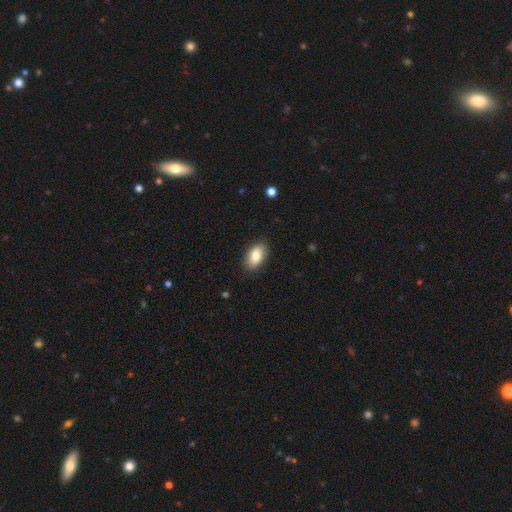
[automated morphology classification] Smooth or featured: smooth — 84% (featured or disk — 9%)
How rounded: in between — 93% (round — 5%)
Merging: none — 87% (minor disturbance — 10%)